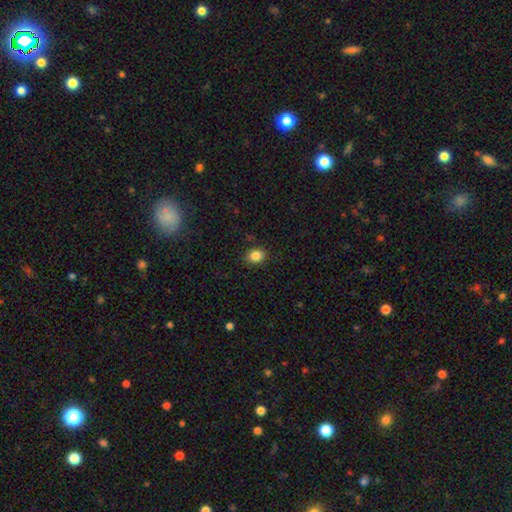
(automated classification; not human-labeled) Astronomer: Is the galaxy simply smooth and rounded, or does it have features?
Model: smooth — 85%.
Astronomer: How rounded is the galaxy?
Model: in between — 52% (runner-up: round, 47%).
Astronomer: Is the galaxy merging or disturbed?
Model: none — 86%.